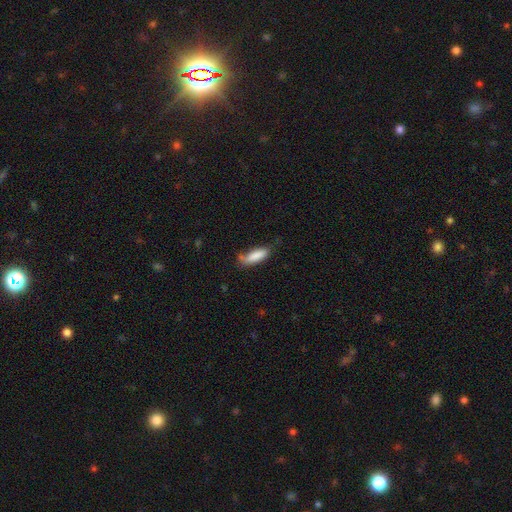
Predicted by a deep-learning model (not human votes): smooth 85%, featured or disk 9%, star or artifact 7%. Down the decision tree: how rounded — in between (56%); merging — none (59%).